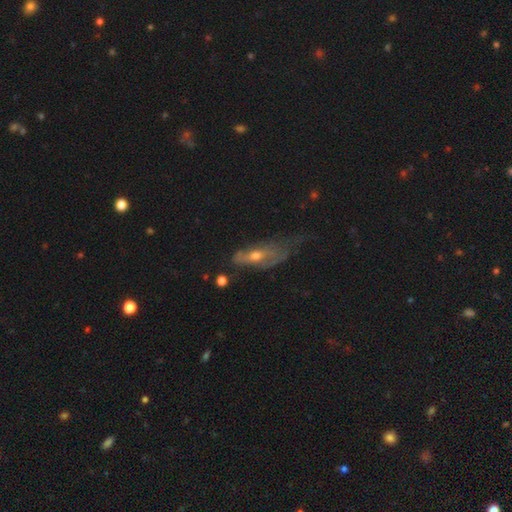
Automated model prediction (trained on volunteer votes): A featured or disk galaxy (54%).

Vote fractions:
- Smooth or featured? featured or disk: 54% / smooth: 34% / star or artifact: 13%
- Edge-on disk? no: 66% / yes: 34%
- Merging? none: 36% / minor disturbance: 31% / major disturbance: 29% / merger: 4%